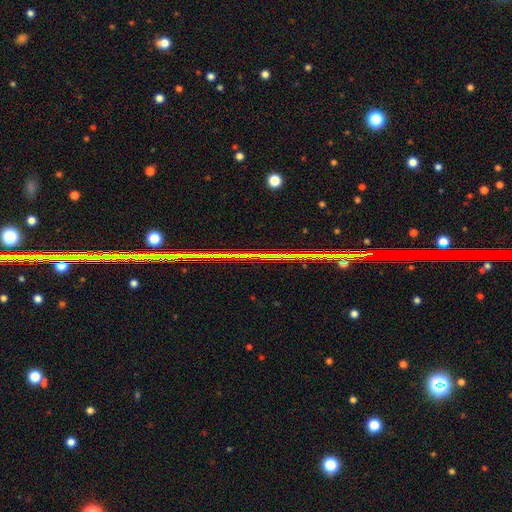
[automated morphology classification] Overall: star or artifact (79%).